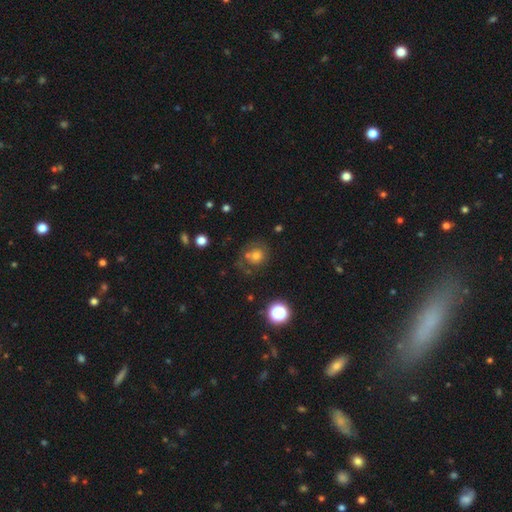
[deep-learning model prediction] The model was most divided on "merging": none: 55%, minor disturbance: 18%, major disturbance: 14%, merger: 13%. More confident: how rounded — round (82%); smooth or featured — smooth (63%).